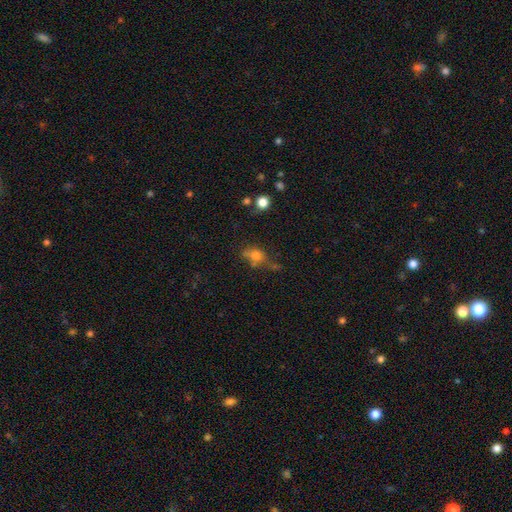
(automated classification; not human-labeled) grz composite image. It shows a smooth galaxy with no disk features (65%) that is in between round and cigar-shaped (52%). Merging: none (43%).